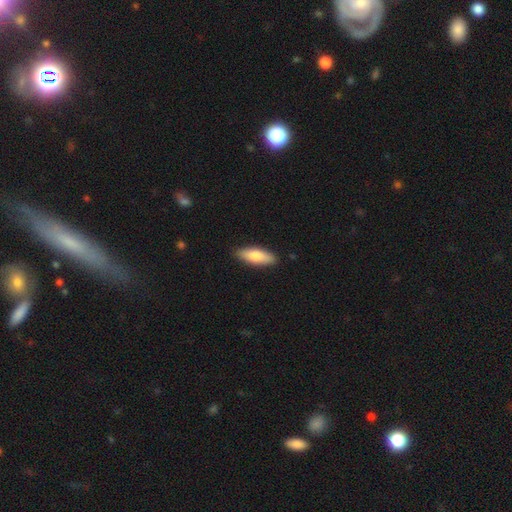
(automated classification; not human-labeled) Smooth or featured: smooth — 77% (featured or disk — 18%)
How rounded: in between — 64% (cigar-shaped — 34%)
Merging: none — 88% (minor disturbance — 10%)